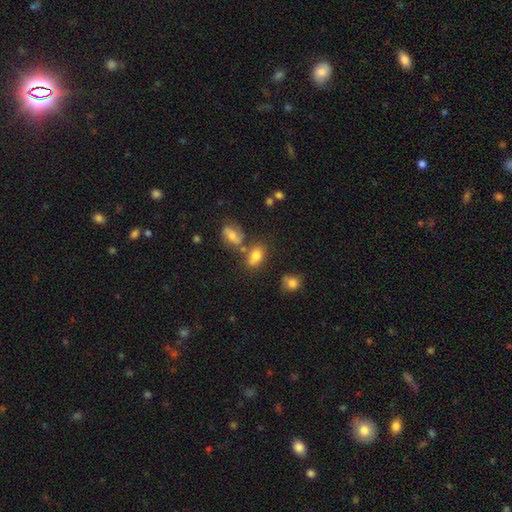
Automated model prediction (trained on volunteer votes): This is likely a smooth galaxy (75%). How rounded: likely in between (79%). Merging: possibly none (57%).